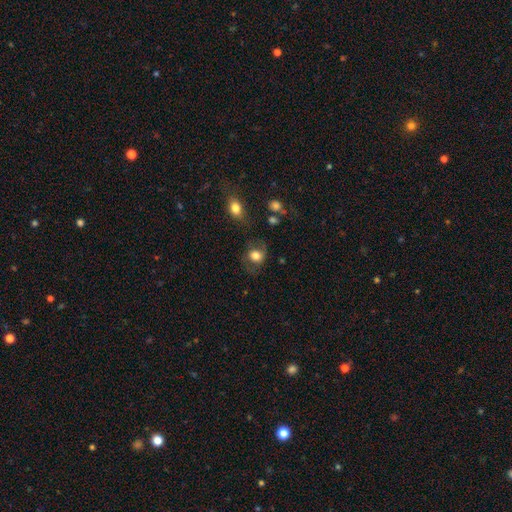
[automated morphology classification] smooth_or_featured: smooth (p=0.67) [alt: featured or disk p=0.24]
how_rounded: round (p=0.65) [alt: in between p=0.34]
merging: none (p=0.66) [alt: minor disturbance p=0.19]